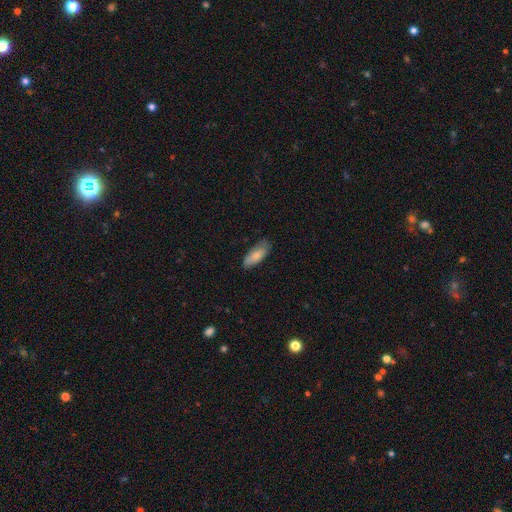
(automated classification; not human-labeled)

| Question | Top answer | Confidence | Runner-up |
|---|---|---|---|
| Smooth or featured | smooth | 80% | featured or disk (14%) |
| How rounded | in between | 78% | cigar-shaped (20%) |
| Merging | none | 72% | minor disturbance (23%) |